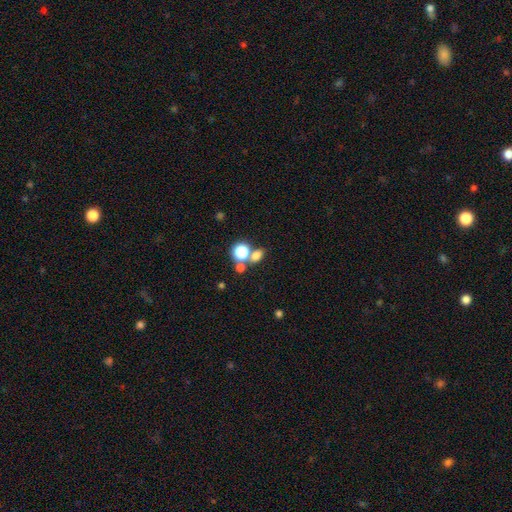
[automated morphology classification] A smooth galaxy with no disk features (71%) that is in between round and cigar-shaped (55%). Merging: none (54%).